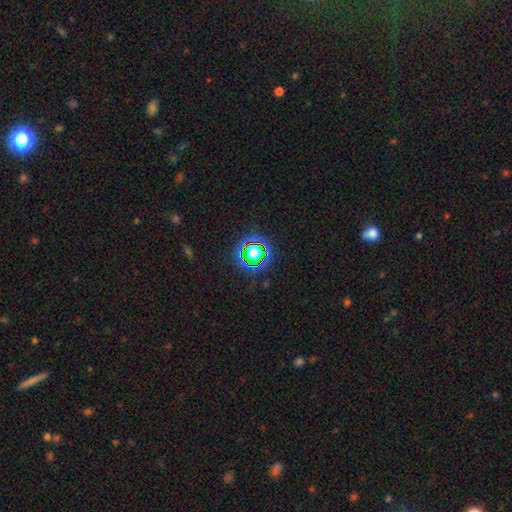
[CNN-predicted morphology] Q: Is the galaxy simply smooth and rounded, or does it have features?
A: star or artifact — 64%.